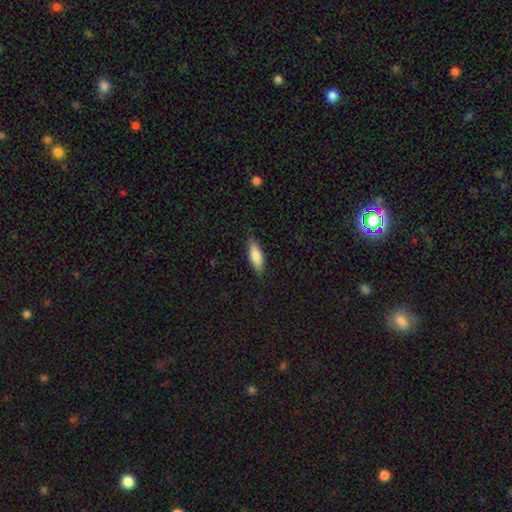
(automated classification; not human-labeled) A smooth galaxy with no disk features (80%) that is in between round and cigar-shaped (61%). Merging: none (83%).